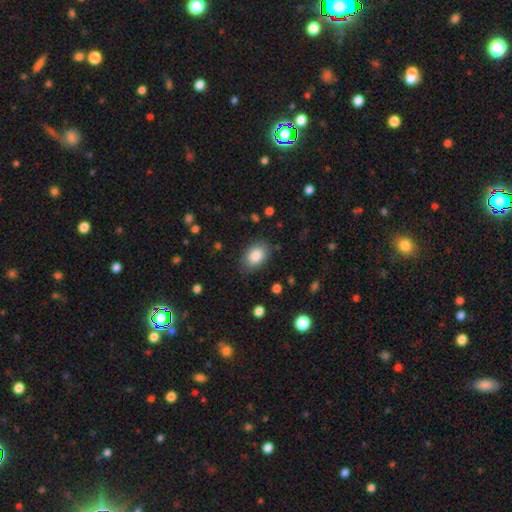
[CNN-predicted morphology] Smooth or featured?
  - smooth: 84% *
  - featured or disk: 8%
  - star or artifact: 7%
How rounded?
  - in between: 82% *
  - round: 17%
  - cigar-shaped: 1%
Merging?
  - none: 80% *
  - minor disturbance: 15%
  - major disturbance: 4%
  - merger: 1%